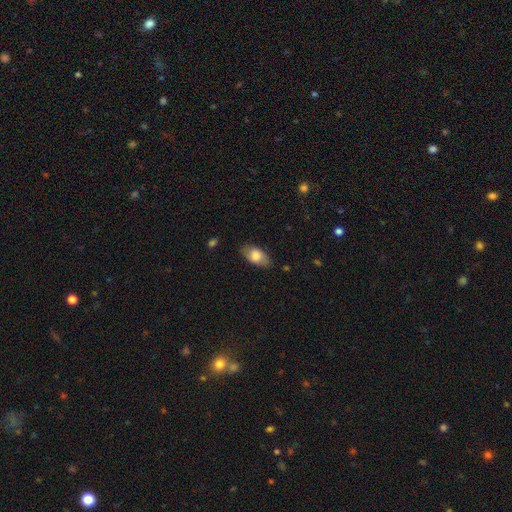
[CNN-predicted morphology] Smooth or featured? smooth (76%)
How rounded? in between (92%)
Merging? none (79%)